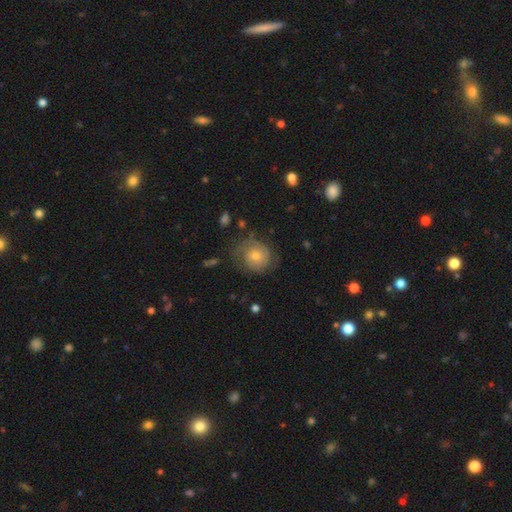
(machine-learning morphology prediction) smooth-or-featured: featured or disk: 51% | smooth: 37% | star or artifact: 11%
  disk-edge-on: no: 97% | yes: 3%
  merging: none: 68% | minor disturbance: 20% | major disturbance: 10% | merger: 2%